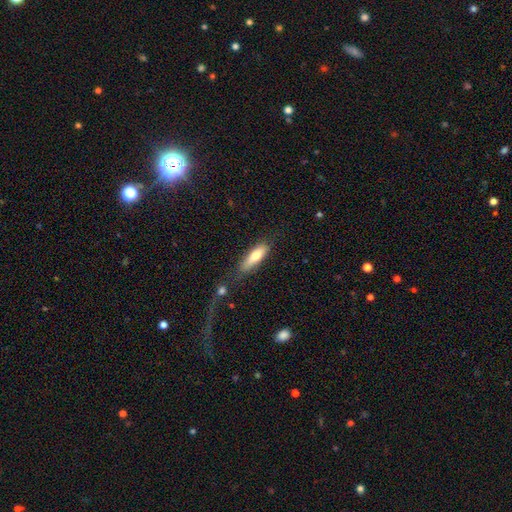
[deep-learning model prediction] A smooth galaxy with no disk features (70%) that is cigar-shaped (54%). Merging: none (69%).